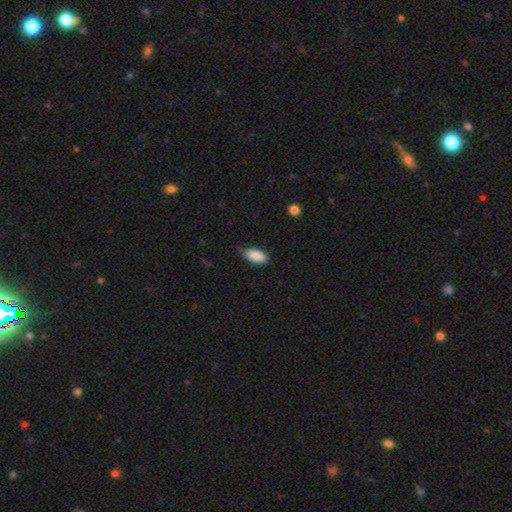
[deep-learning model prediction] Q: Smooth or featured?
A: smooth (88%); runner-up: star or artifact (7%)
Q: How rounded?
A: in between (88%); runner-up: cigar-shaped (10%)
Q: Merging?
A: none (71%); runner-up: minor disturbance (24%)